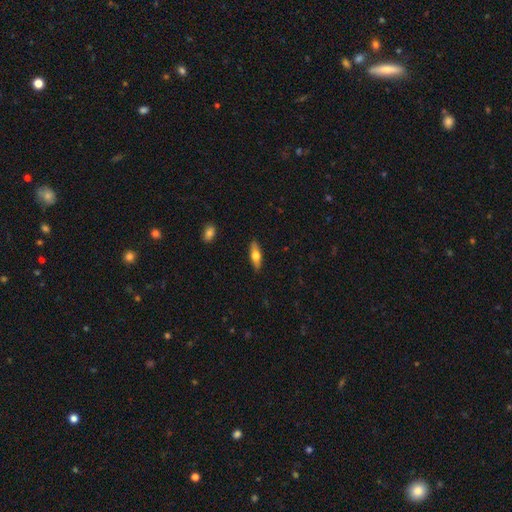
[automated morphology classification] Smooth or featured? Predicted: smooth (p=0.54). How rounded? Predicted: cigar-shaped (p=0.49). Merging? Predicted: none (p=0.89).